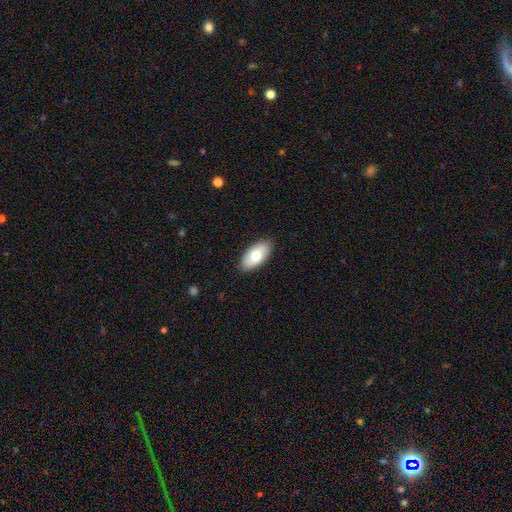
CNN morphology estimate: The model was most divided on "smooth or featured": smooth: 73%, featured or disk: 21%, star or artifact: 6%. More confident: how rounded — in between (93%); merging — none (89%).